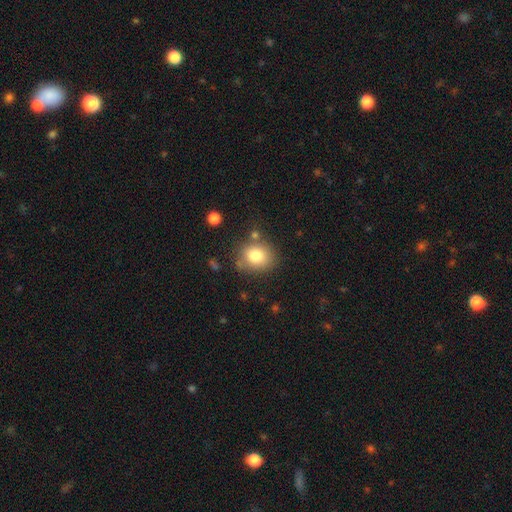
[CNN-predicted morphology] The model was most divided on "how rounded": round: 71%, in between: 28%, cigar-shaped: 1%. More confident: smooth or featured — smooth (79%); merging — none (73%).